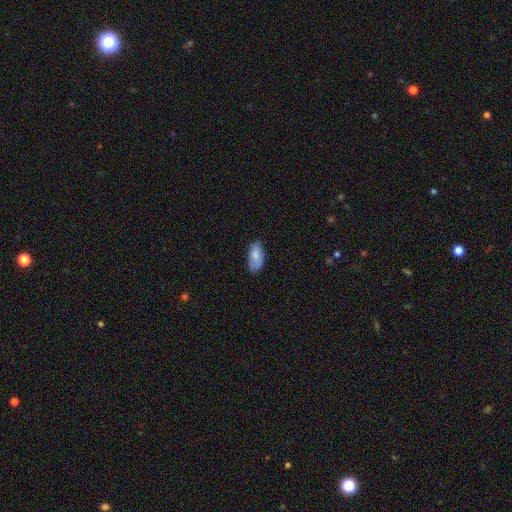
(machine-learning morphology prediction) Overall: smooth (80%). How rounded: in between (92%). Merging: none (73%).